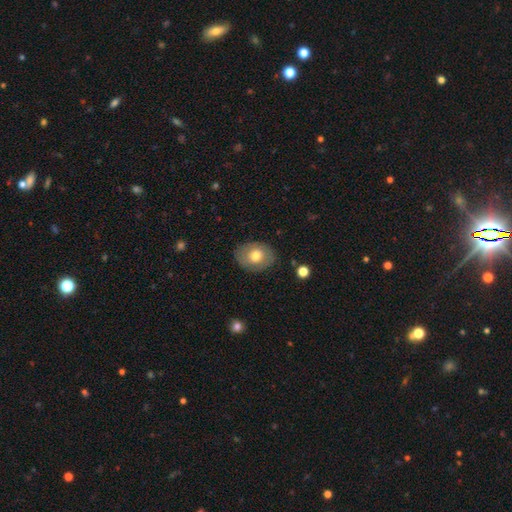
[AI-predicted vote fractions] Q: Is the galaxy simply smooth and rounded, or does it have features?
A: smooth — 65%.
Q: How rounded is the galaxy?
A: in between — 63%.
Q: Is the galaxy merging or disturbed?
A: none — 83%.